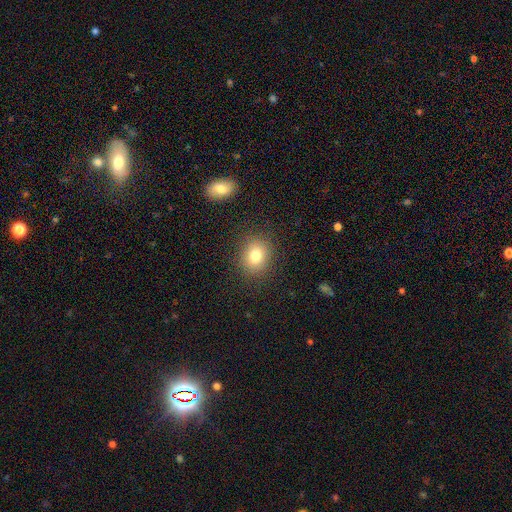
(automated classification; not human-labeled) This is likely a smooth galaxy (79%). How rounded: likely round (62%). Merging: clearly none (87%).